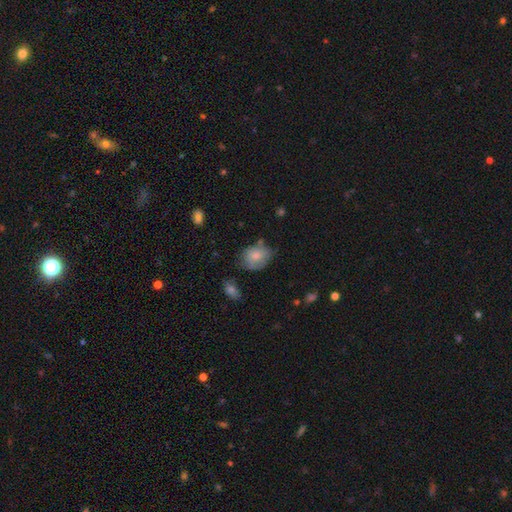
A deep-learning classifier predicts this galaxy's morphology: Smooth or featured? smooth (76%)
How rounded? in between (53%)
Merging? none (53%)